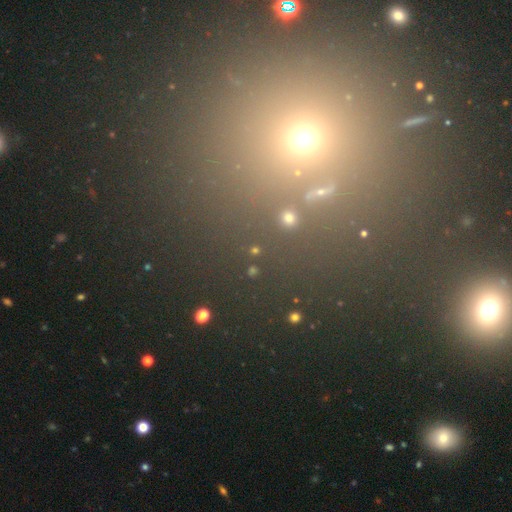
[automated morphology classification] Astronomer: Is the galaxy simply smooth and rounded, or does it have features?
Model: star or artifact — 52% (runner-up: smooth, 39%).